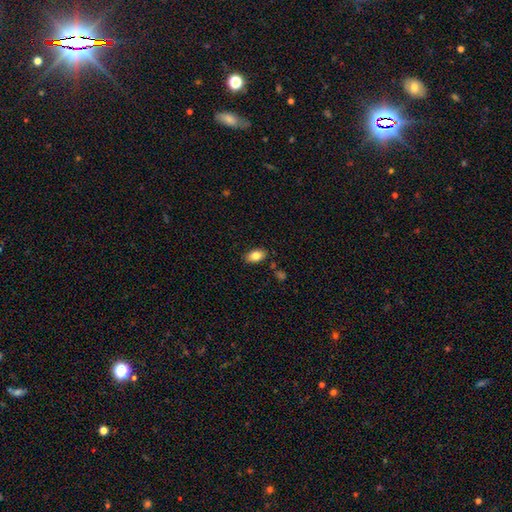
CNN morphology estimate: Q: Smooth or featured?
A: smooth (83%); runner-up: featured or disk (9%)
Q: How rounded?
A: in between (91%); runner-up: round (7%)
Q: Merging?
A: none (86%); runner-up: minor disturbance (10%)